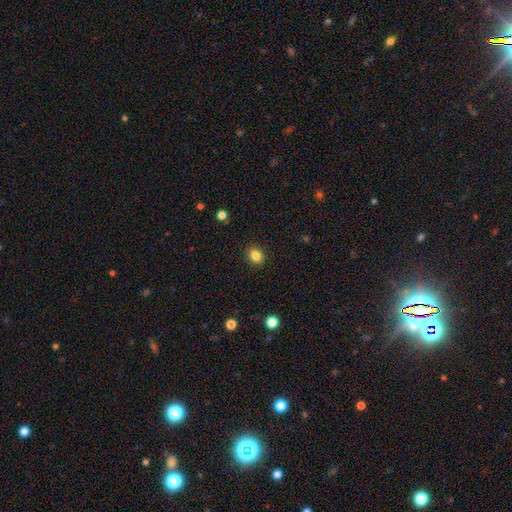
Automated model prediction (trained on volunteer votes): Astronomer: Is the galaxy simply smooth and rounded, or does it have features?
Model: smooth — 84%.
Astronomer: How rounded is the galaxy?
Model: round — 54% (runner-up: in between, 45%).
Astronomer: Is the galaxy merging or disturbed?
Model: none — 90%.